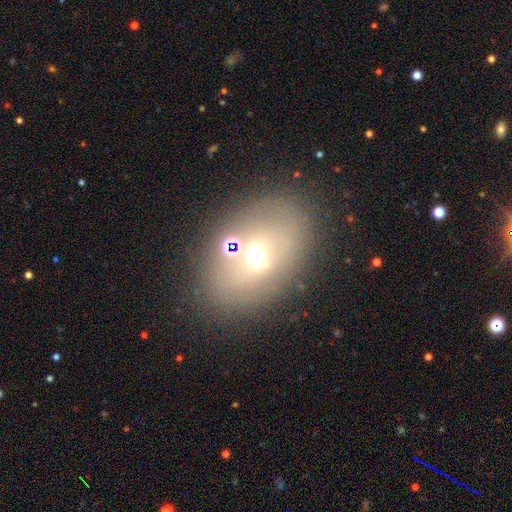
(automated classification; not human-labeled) This appears to be a smooth galaxy with no disk features (45%). Merging: none (72%).